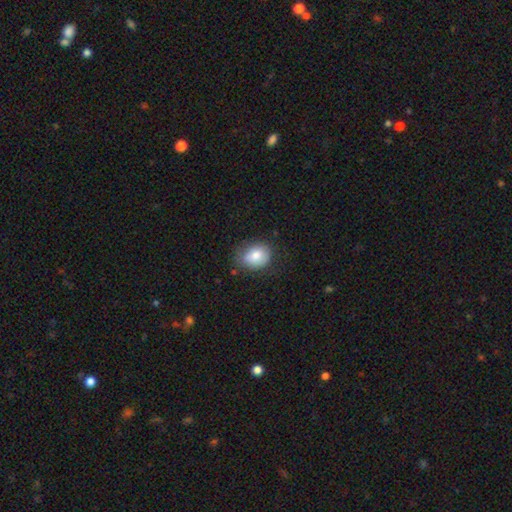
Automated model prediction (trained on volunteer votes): smooth_or_featured: smooth (p=0.79) [alt: featured or disk p=0.13]
how_rounded: in between (p=0.54) [alt: round p=0.45]
merging: none (p=0.70) [alt: minor disturbance p=0.23]